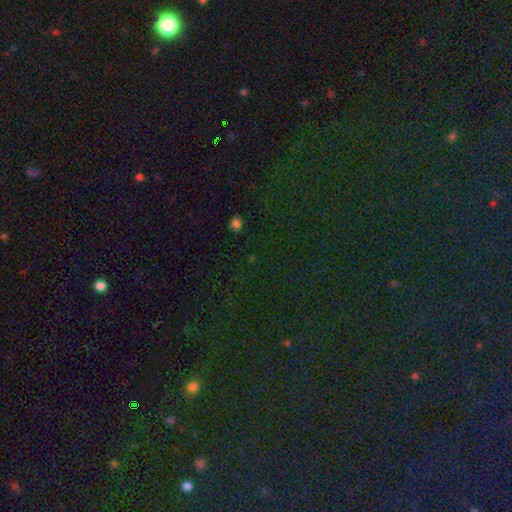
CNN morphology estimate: A star or artifact, not a galaxy (82%).

Vote fractions:
- Smooth or featured? star or artifact: 82% / smooth: 11% / featured or disk: 7%